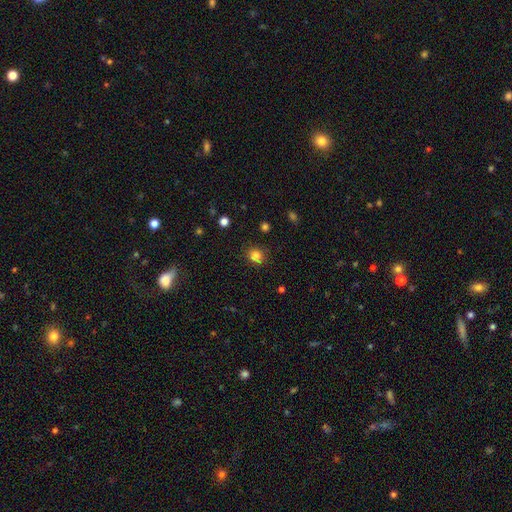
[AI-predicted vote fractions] A smooth galaxy with no disk features (79%) that is round (82%). Merging: none (82%).